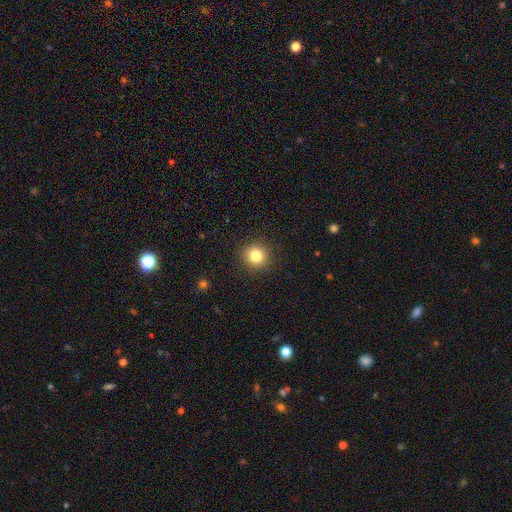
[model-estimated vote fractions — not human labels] Morphology: type=smooth (82%); roundness=round (94%); merging=none (91%).